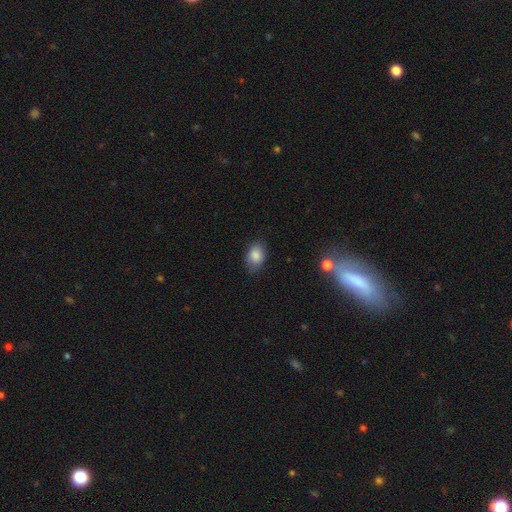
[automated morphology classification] Overall: smooth (85%). How rounded: in between (83%). Merging: none (75%).